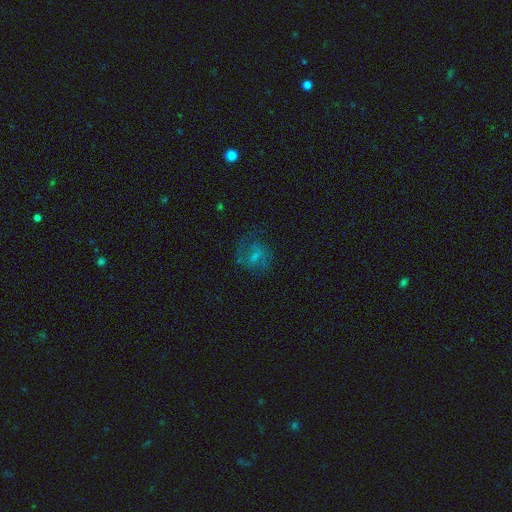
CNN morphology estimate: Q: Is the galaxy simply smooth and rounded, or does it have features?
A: featured or disk — 47%.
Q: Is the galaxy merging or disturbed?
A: none — 57%.